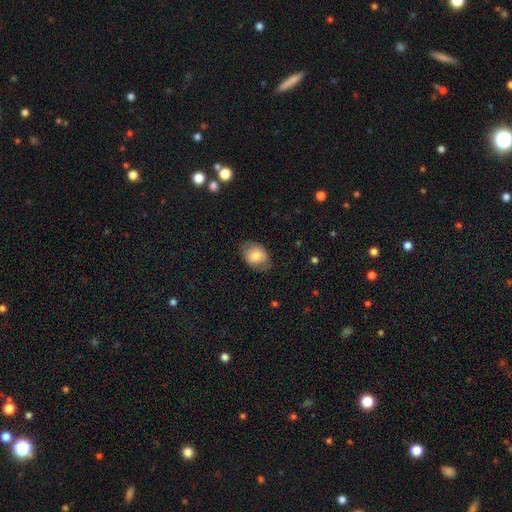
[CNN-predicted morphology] Smooth or featured: smooth — 77% (featured or disk — 16%)
How rounded: in between — 76% (round — 23%)
Merging: none — 77% (minor disturbance — 17%)